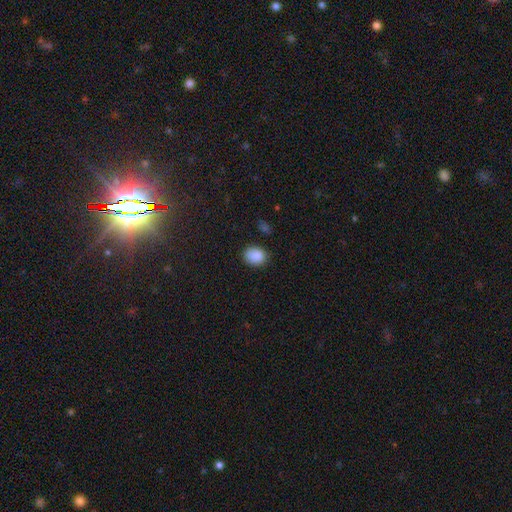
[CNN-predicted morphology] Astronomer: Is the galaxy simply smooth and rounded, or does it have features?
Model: smooth — 87%.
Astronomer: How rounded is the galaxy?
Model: round — 51% (runner-up: in between, 48%).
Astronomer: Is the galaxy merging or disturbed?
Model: none — 78%.